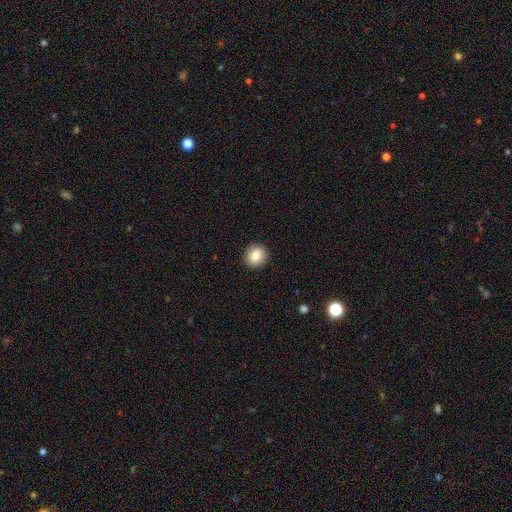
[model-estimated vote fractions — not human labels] Smooth or featured? Predicted: smooth (p=0.84). How rounded? Predicted: round (p=0.88). Merging? Predicted: none (p=0.92).